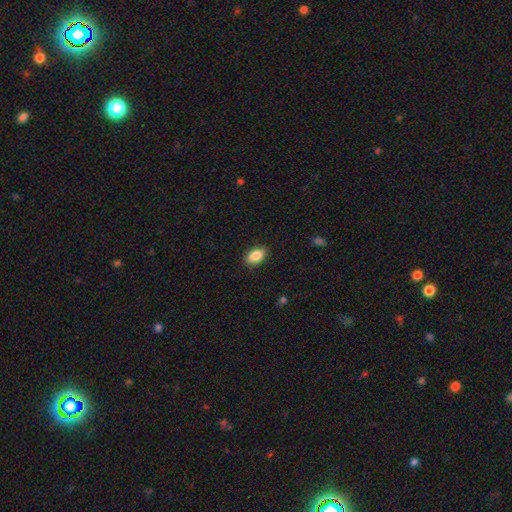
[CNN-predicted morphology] The model was most divided on "merging": none: 89%, minor disturbance: 8%, major disturbance: 2%, merger: 1%. More confident: how rounded — in between (91%); smooth or featured — smooth (88%).